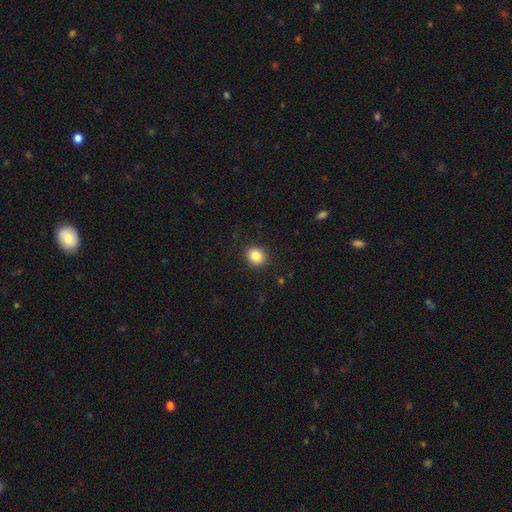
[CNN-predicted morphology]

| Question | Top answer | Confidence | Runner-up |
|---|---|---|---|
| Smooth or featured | smooth | 85% | star or artifact (10%) |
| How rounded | round | 72% | in between (27%) |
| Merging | none | 90% | minor disturbance (7%) |